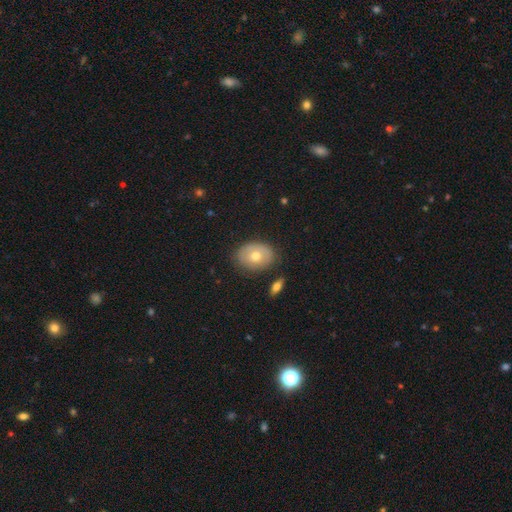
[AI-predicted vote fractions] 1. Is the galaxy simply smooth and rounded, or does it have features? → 59% smooth, 33% featured or disk, 8% star or artifact.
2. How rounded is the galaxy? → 72% in between, 26% round, 1% cigar-shaped.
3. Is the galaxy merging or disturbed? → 78% none, 15% minor disturbance, 4% major disturbance, 3% merger.